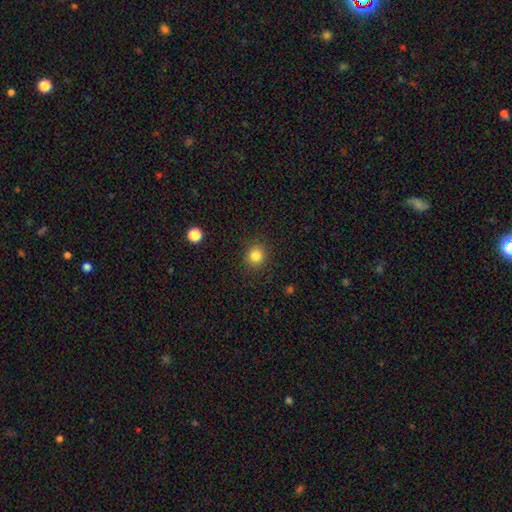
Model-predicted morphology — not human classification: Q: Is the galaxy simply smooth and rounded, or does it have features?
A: smooth — 84%.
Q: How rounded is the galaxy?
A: round — 89%.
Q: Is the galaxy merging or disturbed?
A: none — 89%.